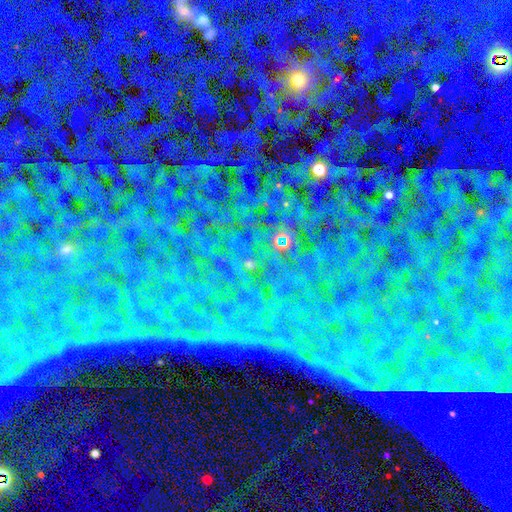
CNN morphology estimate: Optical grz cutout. It shows a star or artifact, not a galaxy (85%).